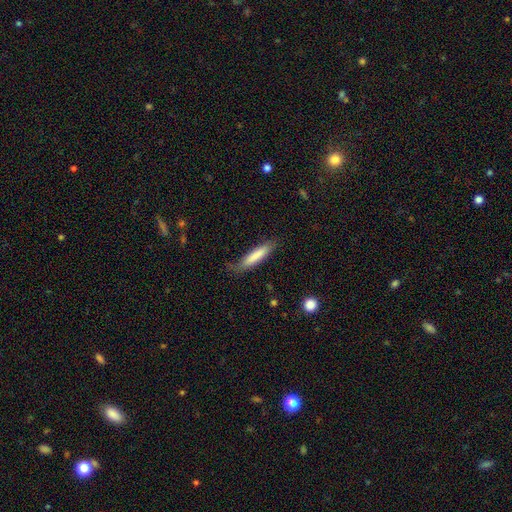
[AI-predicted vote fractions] Smooth or featured: smooth — 77% (featured or disk — 17%)
How rounded: cigar-shaped — 85% (in between — 14%)
Merging: none — 66% (minor disturbance — 24%)